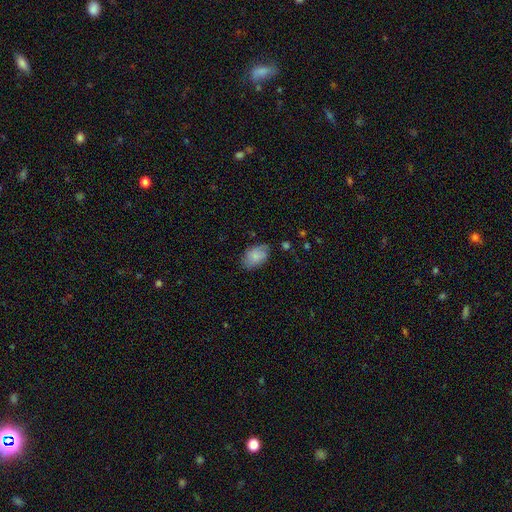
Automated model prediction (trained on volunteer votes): Q: Smooth or featured?
A: smooth (76%); runner-up: featured or disk (17%)
Q: How rounded?
A: in between (91%); runner-up: round (8%)
Q: Merging?
A: none (68%); runner-up: minor disturbance (25%)